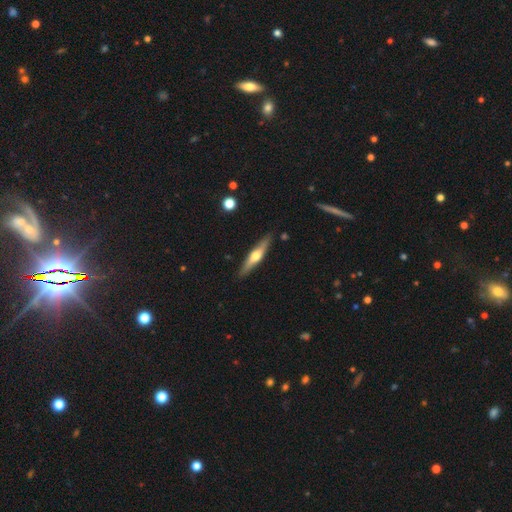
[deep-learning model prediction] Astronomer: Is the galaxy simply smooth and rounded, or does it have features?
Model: featured or disk — 59% (runner-up: smooth, 36%).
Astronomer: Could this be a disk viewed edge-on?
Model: yes — 95%.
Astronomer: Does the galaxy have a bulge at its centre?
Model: rounded — 92%.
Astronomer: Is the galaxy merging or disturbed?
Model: none — 88%.